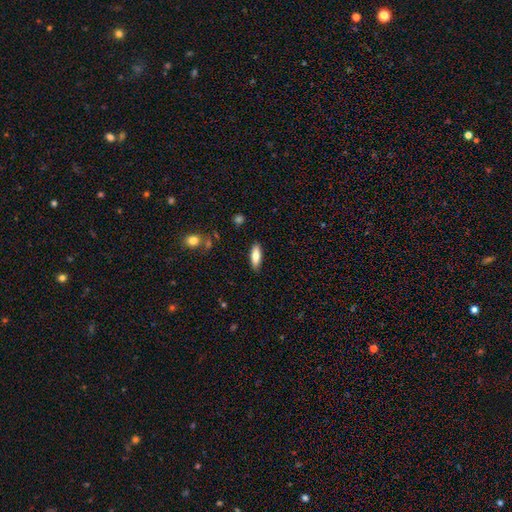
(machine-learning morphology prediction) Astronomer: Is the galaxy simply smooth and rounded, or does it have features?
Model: smooth — 76%.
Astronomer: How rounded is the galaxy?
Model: in between — 60% (runner-up: cigar-shaped, 38%).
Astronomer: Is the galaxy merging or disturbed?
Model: none — 87%.